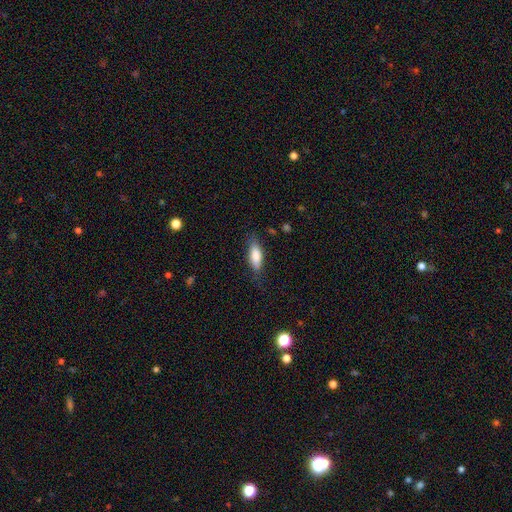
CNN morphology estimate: smooth_or_featured: smooth (p=0.80) [alt: featured or disk p=0.13]
how_rounded: in between (p=0.68) [alt: cigar-shaped p=0.30]
merging: none (p=0.74) [alt: minor disturbance p=0.19]